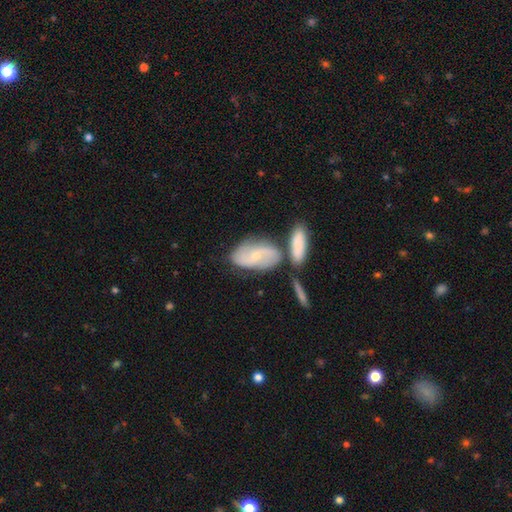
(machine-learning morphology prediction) featured or disk 64%, smooth 29%, star or artifact 7%. Down the decision tree: edge-on disk — no (93%); bar — no (52%); spiral arms — yes (88%); spiral arm count — 2 (80%); spiral winding — medium (41%); bulge size — small (71%); merging — none (50%).